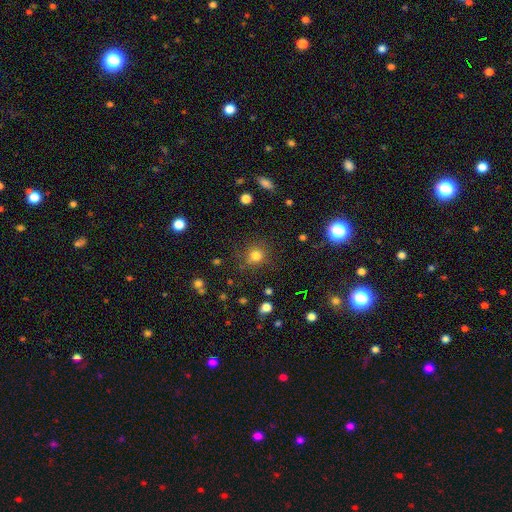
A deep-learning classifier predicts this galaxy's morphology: smooth 76%, star or artifact 17%, featured or disk 6%. Down the decision tree: how rounded — round (89%); merging — none (81%).